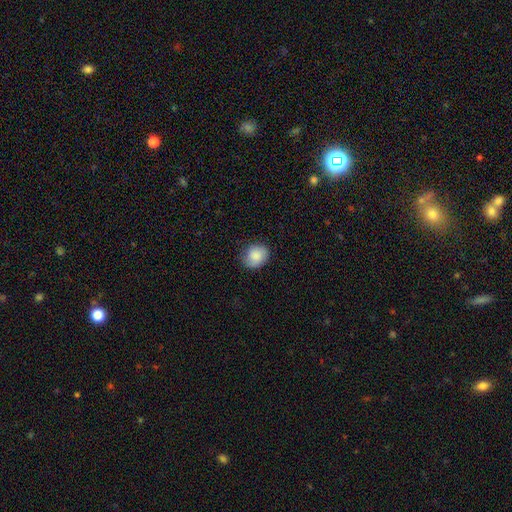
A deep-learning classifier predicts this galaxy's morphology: smooth_or_featured: smooth (p=0.84) [alt: featured or disk p=0.08]
how_rounded: round (p=0.69) [alt: in between p=0.30]
merging: none (p=0.77) [alt: minor disturbance p=0.18]